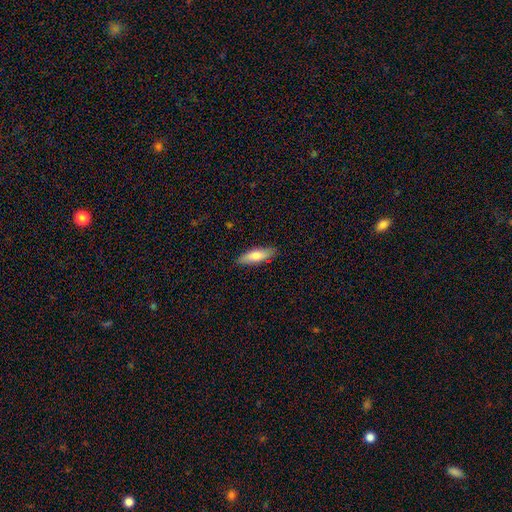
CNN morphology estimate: smooth-or-featured: smooth: 76% | featured or disk: 19% | star or artifact: 6%
  how-rounded: in between: 55% | cigar-shaped: 43% | round: 2%
  merging: none: 86% | minor disturbance: 11% | major disturbance: 2% | merger: 1%